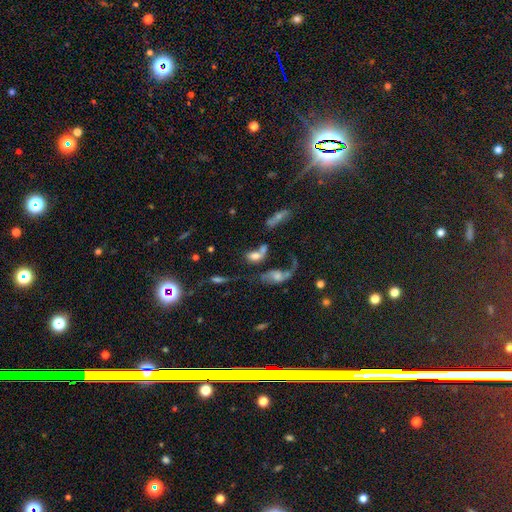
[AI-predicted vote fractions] A smooth galaxy with no disk features (57%) that is in between round and cigar-shaped (78%).

Vote fractions:
- Smooth or featured? smooth: 57% / featured or disk: 27% / star or artifact: 16%
- How rounded? in between: 78% / round: 17% / cigar-shaped: 5%
- Merging? merger: 38% / none: 30% / major disturbance: 19% / minor disturbance: 13%